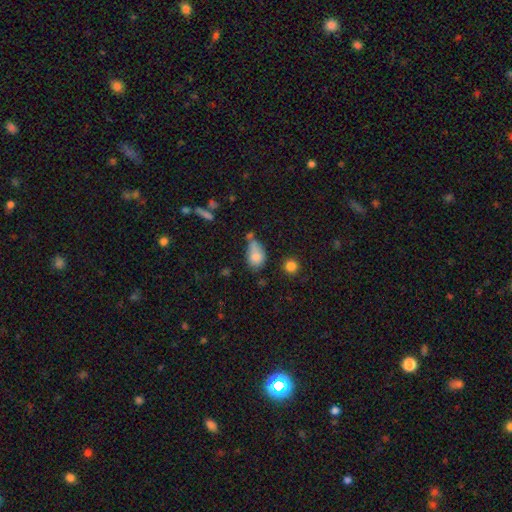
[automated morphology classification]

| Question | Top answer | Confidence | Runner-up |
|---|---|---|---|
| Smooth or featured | smooth | 77% | featured or disk (12%) |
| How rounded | in between | 78% | round (20%) |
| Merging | none | 33% | minor disturbance (30%) |